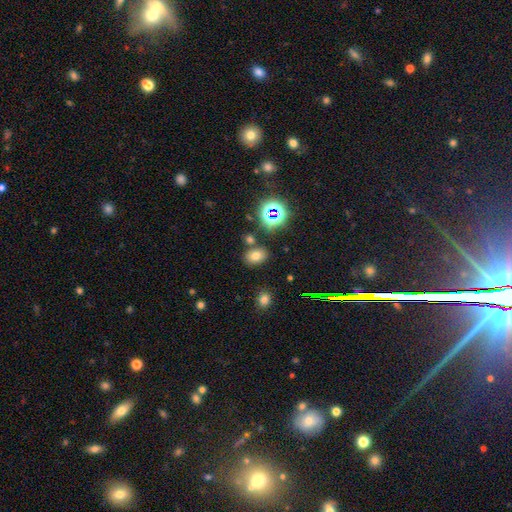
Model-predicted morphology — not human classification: smooth 69%, star or artifact 21%, featured or disk 10%. Down the decision tree: how rounded — in between (73%); merging — none (78%).